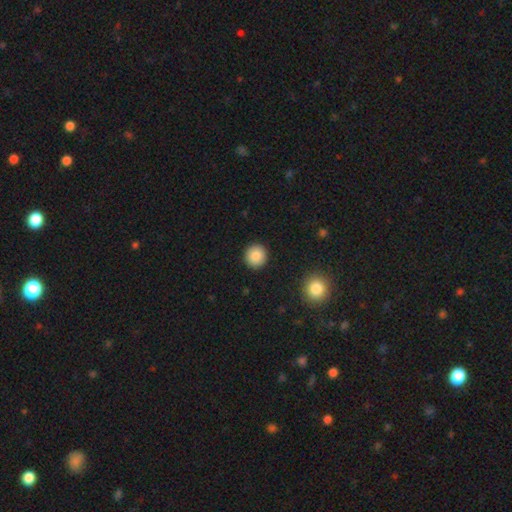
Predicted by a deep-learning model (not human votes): A smooth galaxy with no disk features (87%) that is round (93%).

Vote fractions:
- Smooth or featured? smooth: 87% / star or artifact: 9% / featured or disk: 4%
- How rounded? round: 93% / in between: 6% / cigar-shaped: 1%
- Merging? none: 93% / minor disturbance: 5% / major disturbance: 2% / merger: 1%